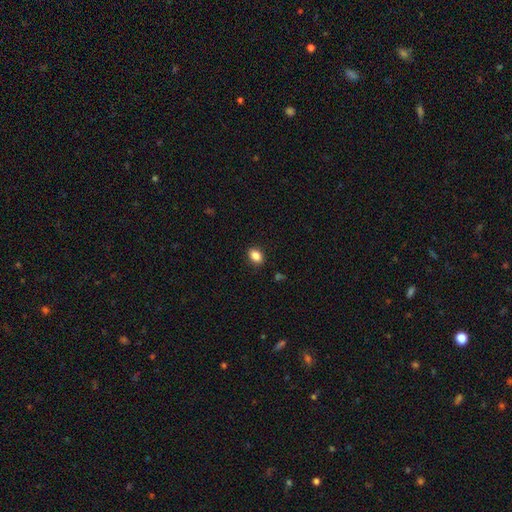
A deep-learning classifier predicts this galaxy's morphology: Q: Smooth or featured?
A: smooth (86%); runner-up: star or artifact (9%)
Q: How rounded?
A: in between (76%); runner-up: round (22%)
Q: Merging?
A: none (89%); runner-up: minor disturbance (8%)